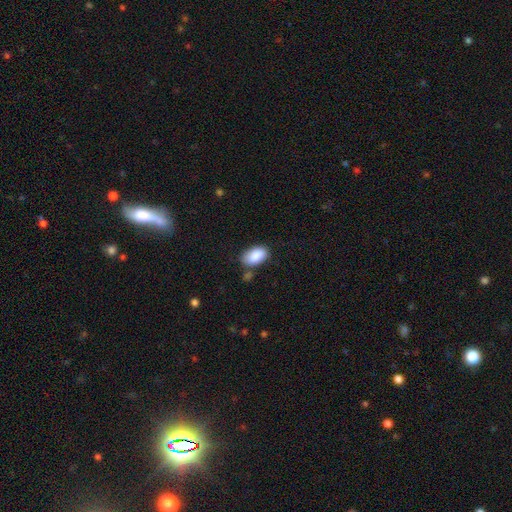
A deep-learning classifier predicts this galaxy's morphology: type=smooth (88%); roundness=in between (93%); merging=none (68%).